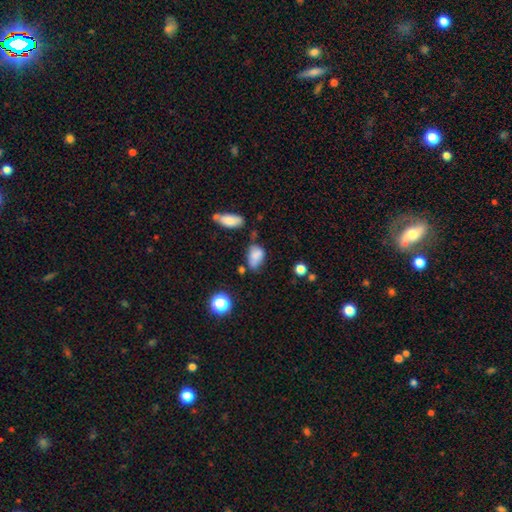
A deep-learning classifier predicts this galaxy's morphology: Smooth or featured: smooth — 76% (featured or disk — 13%)
How rounded: in between — 85% (round — 13%)
Merging: none — 42% (minor disturbance — 34%)